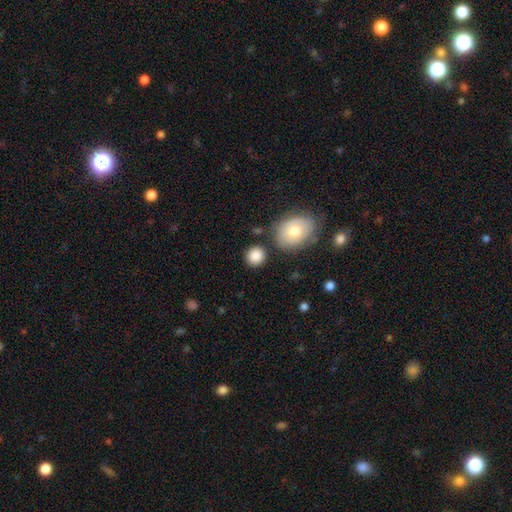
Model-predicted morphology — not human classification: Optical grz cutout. It shows a smooth galaxy with no disk features (86%) that is round (82%). Merging: none (79%).